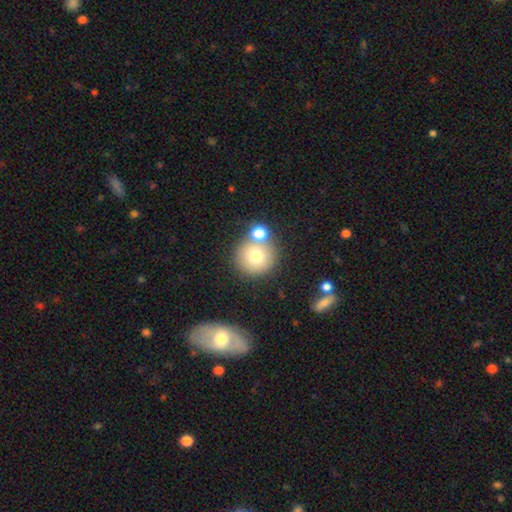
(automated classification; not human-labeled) Smooth or featured?
  - smooth: 73% *
  - featured or disk: 15%
  - star or artifact: 12%
How rounded?
  - round: 93% *
  - in between: 6%
  - cigar-shaped: 1%
Merging?
  - none: 64% *
  - merger: 24%
  - minor disturbance: 9%
  - major disturbance: 3%